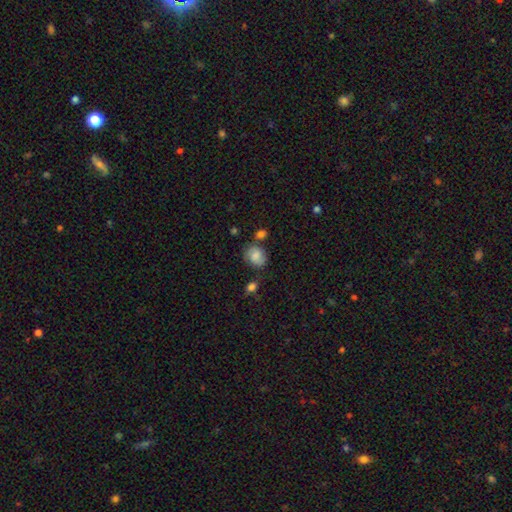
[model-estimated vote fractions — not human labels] This appears to be a smooth galaxy with no disk features (60%) that is in between round and cigar-shaped (51%). Merging: none (63%).